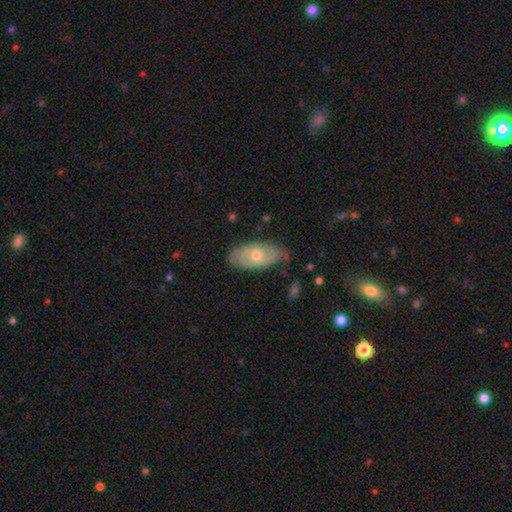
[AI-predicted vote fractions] This is possibly a featured or disk galaxy (49%). Merging: likely none (78%).